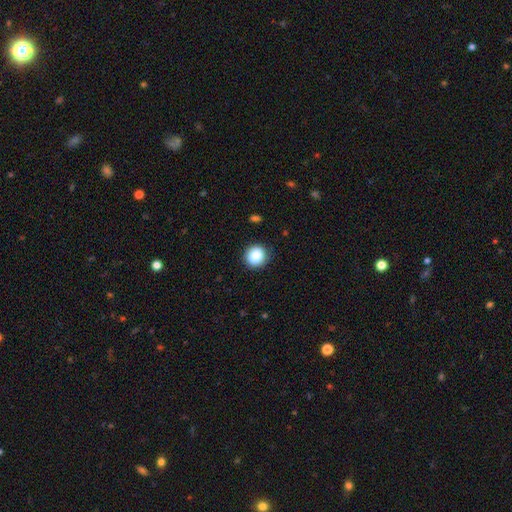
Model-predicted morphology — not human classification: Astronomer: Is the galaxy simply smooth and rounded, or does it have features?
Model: smooth — 87%.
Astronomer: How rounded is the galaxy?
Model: round — 85%.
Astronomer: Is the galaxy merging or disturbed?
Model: none — 87%.